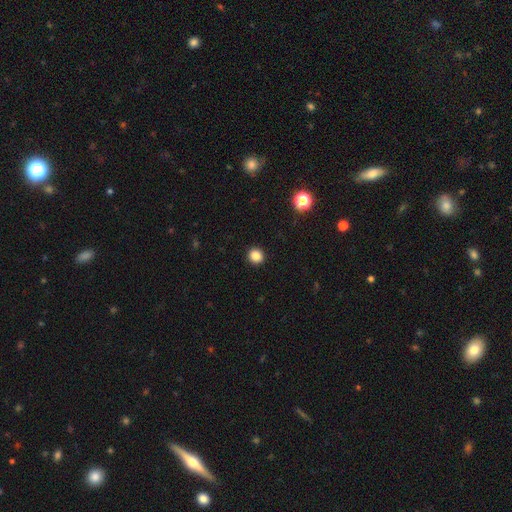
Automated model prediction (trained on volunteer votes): The model was most divided on "smooth or featured": smooth: 85%, star or artifact: 12%, featured or disk: 3%. More confident: merging — none (93%); how rounded — round (92%).